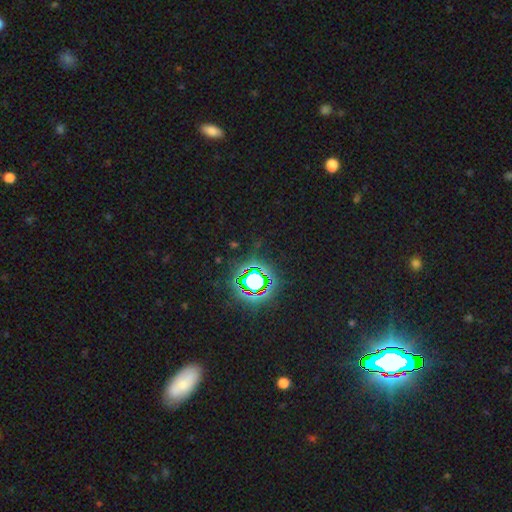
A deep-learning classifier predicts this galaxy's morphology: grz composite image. It shows a star or artifact, not a galaxy (79%).